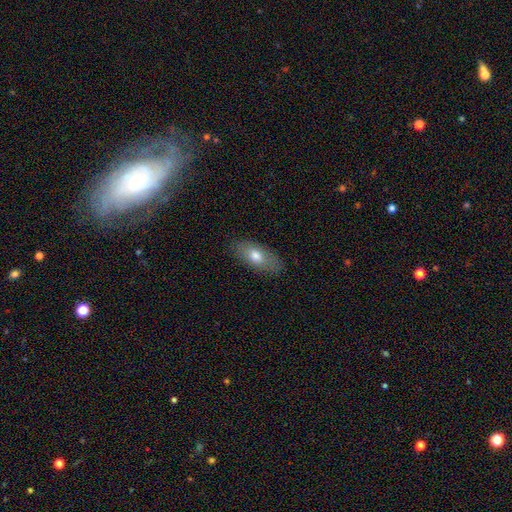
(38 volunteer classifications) A smooth galaxy with no disk features (76%) that is in between round and cigar-shaped (83%).

Vote fractions:
- Smooth or featured? smooth: 76% / featured or disk: 24% / star or artifact: 0%
- How rounded? in between: 83% / cigar-shaped: 17% / round: 0%
- Merging? none: 76% / minor disturbance: 21% / major disturbance: 3% / merger: 0%